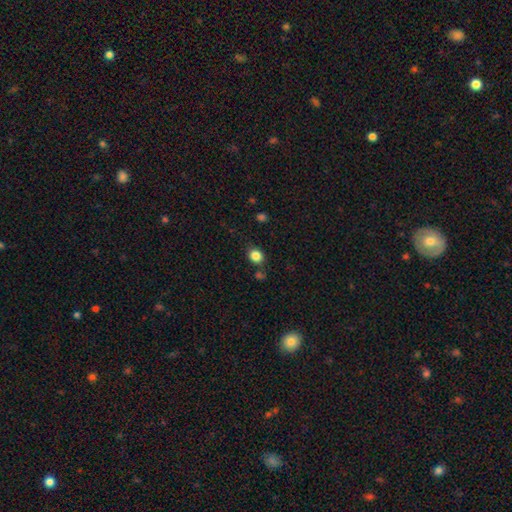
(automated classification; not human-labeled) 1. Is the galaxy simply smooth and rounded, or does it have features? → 84% smooth, 11% star or artifact, 5% featured or disk.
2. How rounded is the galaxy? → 63% round, 36% in between, 1% cigar-shaped.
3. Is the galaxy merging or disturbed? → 79% none, 12% minor disturbance, 5% merger, 4% major disturbance.